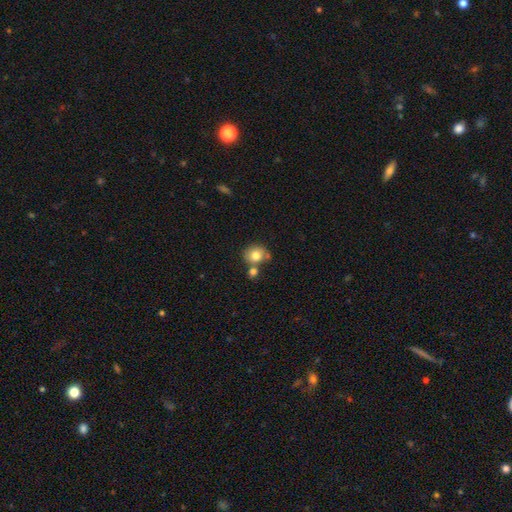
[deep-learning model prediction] A smooth galaxy with no disk features (79%) that is round (73%).

Vote fractions:
- Smooth or featured? smooth: 79% / featured or disk: 11% / star or artifact: 9%
- How rounded? round: 73% / in between: 26% / cigar-shaped: 1%
- Merging? none: 57% / merger: 26% / minor disturbance: 13% / major disturbance: 4%